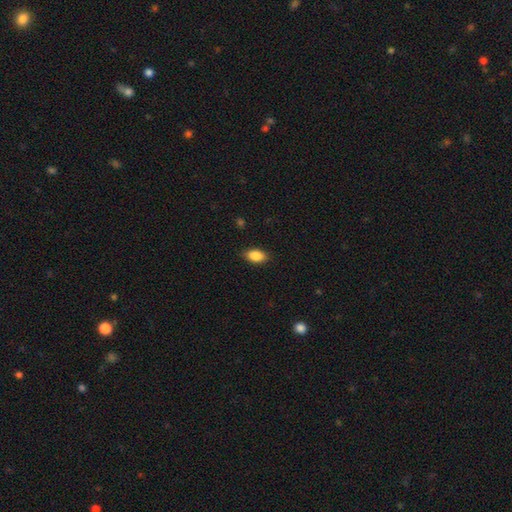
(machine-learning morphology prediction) Smooth or featured? Predicted: smooth (p=0.87). How rounded? Predicted: in between (p=0.89). Merging? Predicted: none (p=0.86).